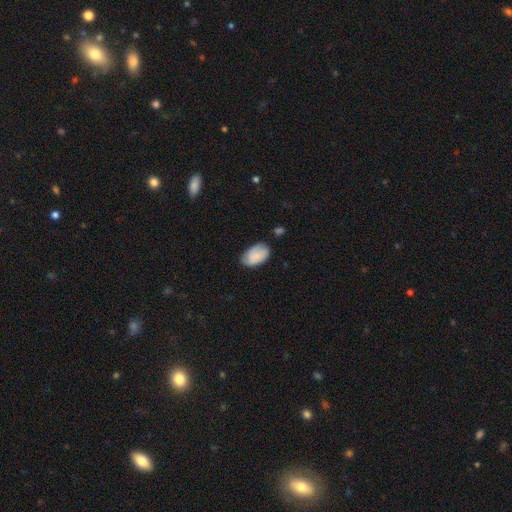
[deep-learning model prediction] Smooth or featured: smooth — 80% (featured or disk — 13%)
How rounded: in between — 93% (round — 6%)
Merging: none — 67% (minor disturbance — 26%)